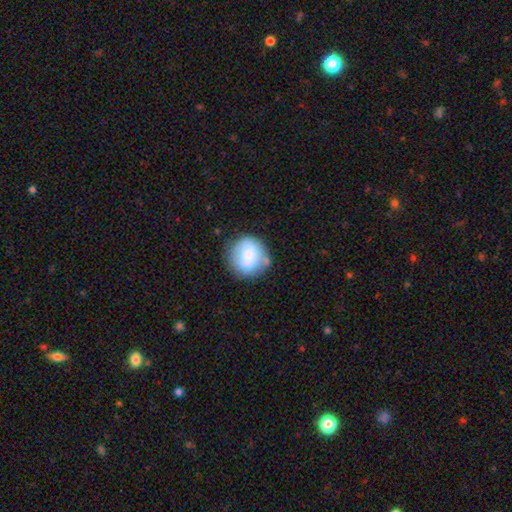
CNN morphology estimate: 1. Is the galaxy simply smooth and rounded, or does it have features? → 63% smooth, 29% featured or disk, 8% star or artifact.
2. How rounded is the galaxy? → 87% round, 12% in between, 1% cigar-shaped.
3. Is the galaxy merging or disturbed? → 60% none, 19% minor disturbance, 14% merger, 7% major disturbance.